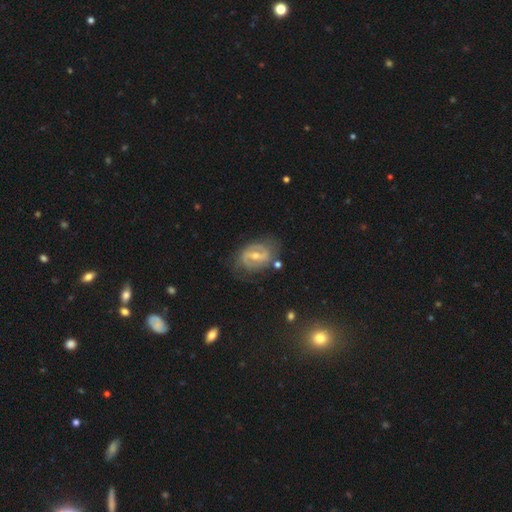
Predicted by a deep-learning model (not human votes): Overall: featured or disk (81%). Edge-on disk: no (96%). Bar: strong (45%; weak 39%). Spiral arms: yes (80%). Spiral arm count: 2 (74%). Spiral winding: medium (41%; tight 39%). Bulge size: moderate (60%; small 36%). Merging: none (68%).